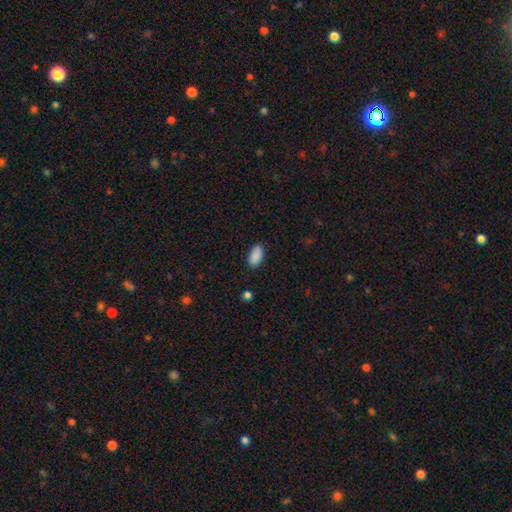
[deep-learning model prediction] smooth_or_featured: smooth (p=0.90) [alt: star or artifact p=0.07]
how_rounded: in between (p=0.94) [alt: cigar-shaped p=0.03]
merging: none (p=0.87) [alt: minor disturbance p=0.10]